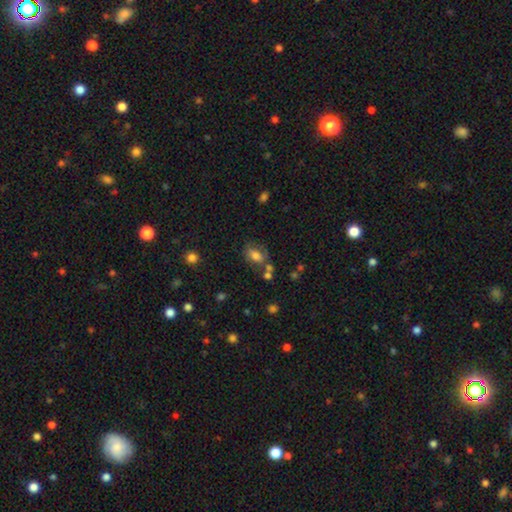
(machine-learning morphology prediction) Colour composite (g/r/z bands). It shows a smooth galaxy with no disk features (69%) that is in between round and cigar-shaped (81%). Merging: none (52%).